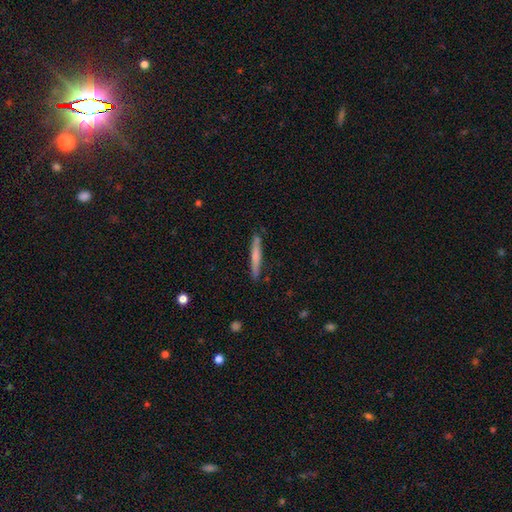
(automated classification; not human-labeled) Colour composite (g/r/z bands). It shows a smooth galaxy with no disk features (58%) that is cigar-shaped (96%). Merging: none (87%).